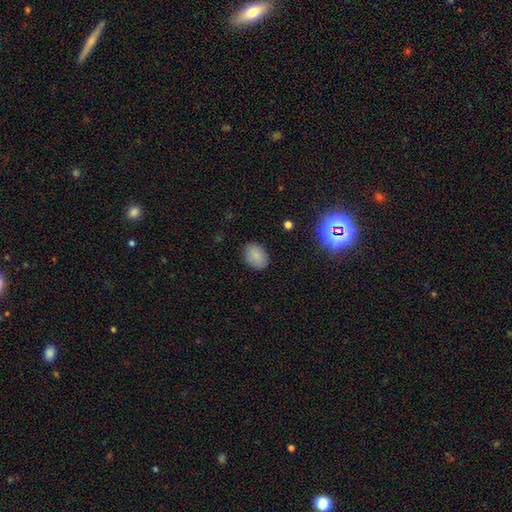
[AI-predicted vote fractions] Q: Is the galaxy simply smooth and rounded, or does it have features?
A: smooth — 84%.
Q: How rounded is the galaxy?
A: in between — 72%.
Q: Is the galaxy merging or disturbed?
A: none — 86%.